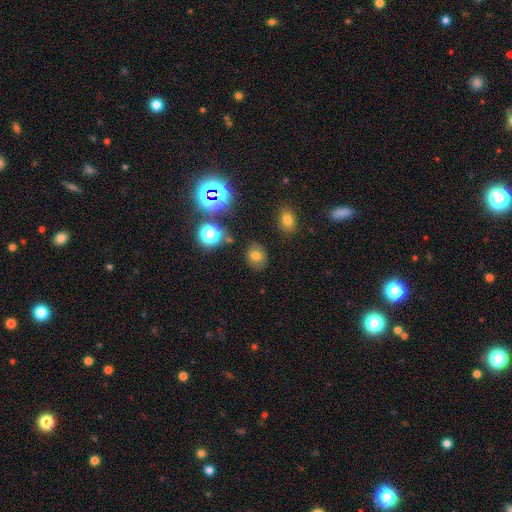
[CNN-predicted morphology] This appears to be a smooth galaxy with no disk features (68%) that is round (66%). Merging: none (83%).